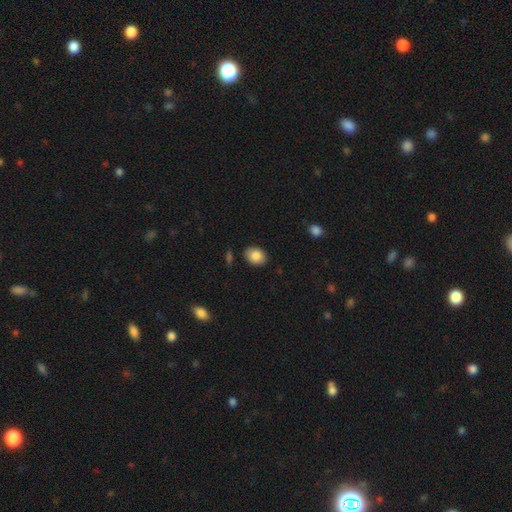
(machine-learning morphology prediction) Q: Smooth or featured?
A: smooth (86%); runner-up: star or artifact (7%)
Q: How rounded?
A: in between (69%); runner-up: round (30%)
Q: Merging?
A: none (85%); runner-up: minor disturbance (11%)